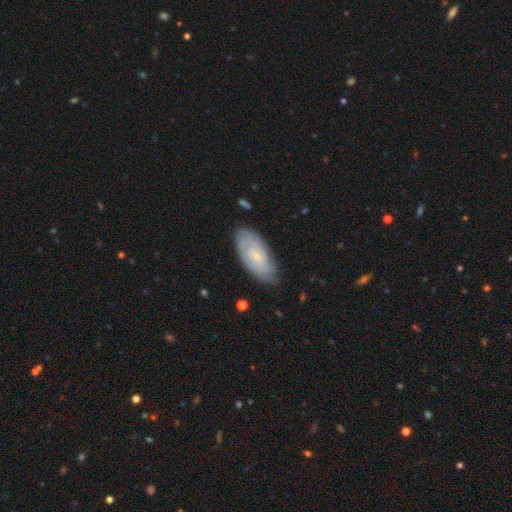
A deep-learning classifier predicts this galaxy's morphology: This appears to be a featured or disk galaxy (67%) with no bar (65%), tight (67%) spiral arms (91%) and a small central bulge (73%). Merging: none (78%).